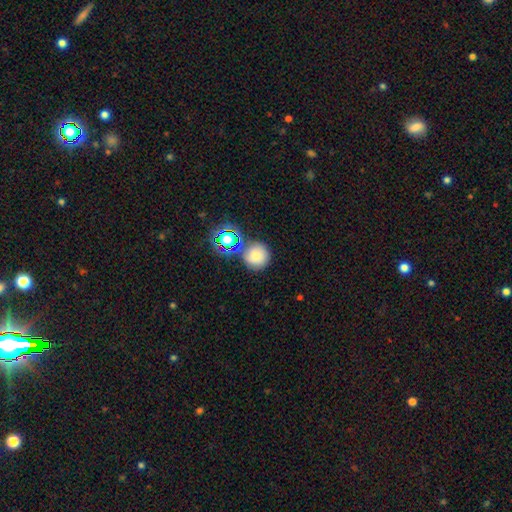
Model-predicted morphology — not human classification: Smooth or featured?
  - smooth: 72% *
  - star or artifact: 18%
  - featured or disk: 10%
How rounded?
  - round: 93% *
  - in between: 6%
  - cigar-shaped: 1%
Merging?
  - none: 71% *
  - merger: 14%
  - minor disturbance: 11%
  - major disturbance: 4%